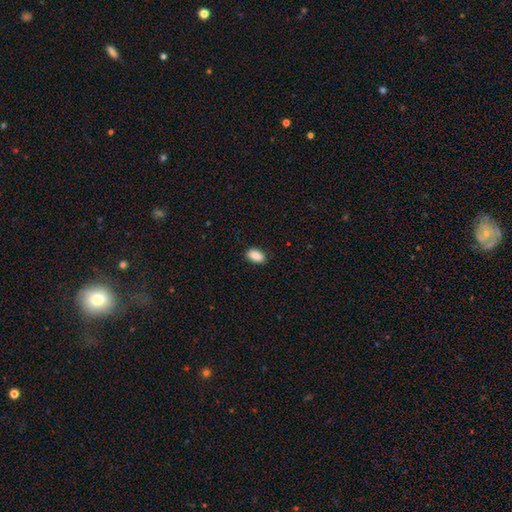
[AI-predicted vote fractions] This is clearly a smooth galaxy (88%). How rounded: clearly in between (91%). Merging: clearly none (85%).